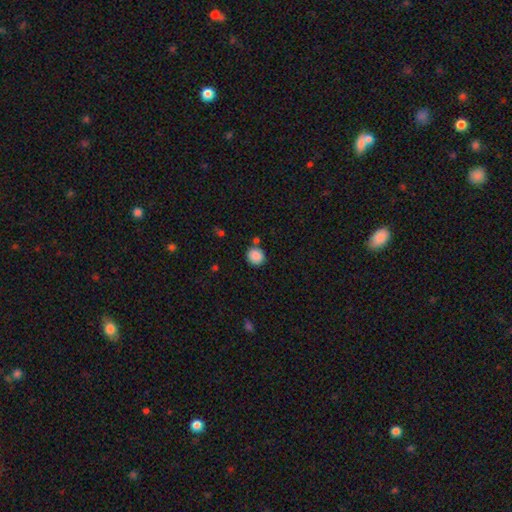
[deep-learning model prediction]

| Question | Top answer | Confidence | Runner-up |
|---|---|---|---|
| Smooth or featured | smooth | 88% | star or artifact (9%) |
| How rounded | round | 87% | in between (12%) |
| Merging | none | 80% | minor disturbance (10%) |